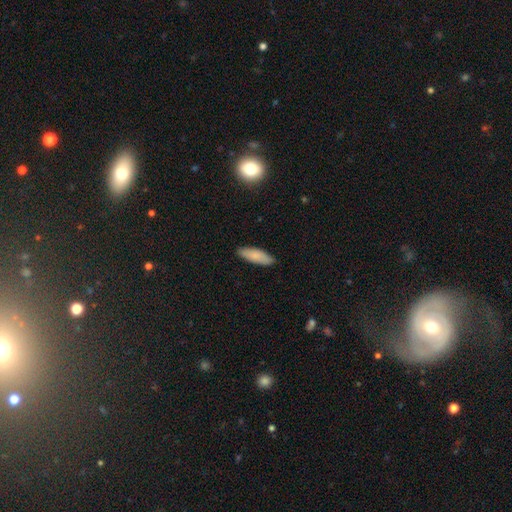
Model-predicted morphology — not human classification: A smooth galaxy with no disk features (85%) that is in between round and cigar-shaped (63%). Merging: none (86%).